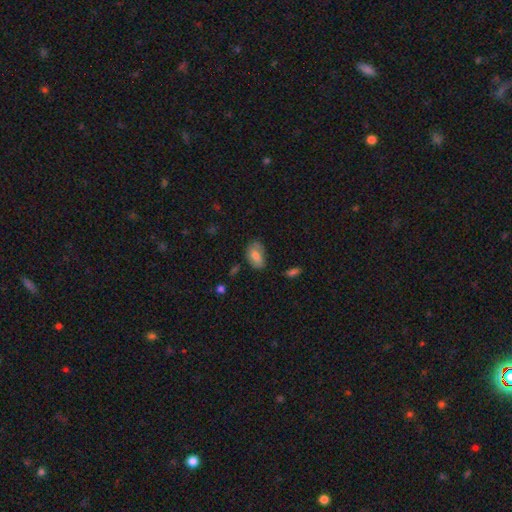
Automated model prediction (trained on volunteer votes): The model was most divided on "merging": none: 65%, minor disturbance: 26%, major disturbance: 6%, merger: 3%. More confident: how rounded — in between (89%); smooth or featured — smooth (71%).